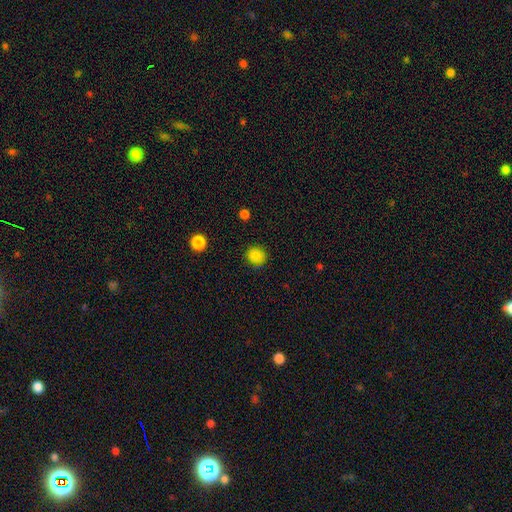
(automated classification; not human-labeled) Smooth or featured: smooth — 86% (star or artifact — 11%)
How rounded: round — 85% (in between — 14%)
Merging: none — 88% (minor disturbance — 8%)